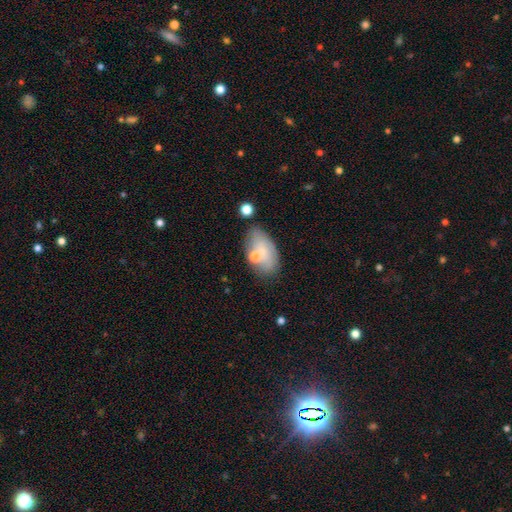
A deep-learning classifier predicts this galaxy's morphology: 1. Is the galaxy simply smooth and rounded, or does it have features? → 66% smooth, 25% featured or disk, 9% star or artifact.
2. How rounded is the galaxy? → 90% in between, 8% round, 2% cigar-shaped.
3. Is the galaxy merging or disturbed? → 59% none, 21% minor disturbance, 12% merger, 8% major disturbance.